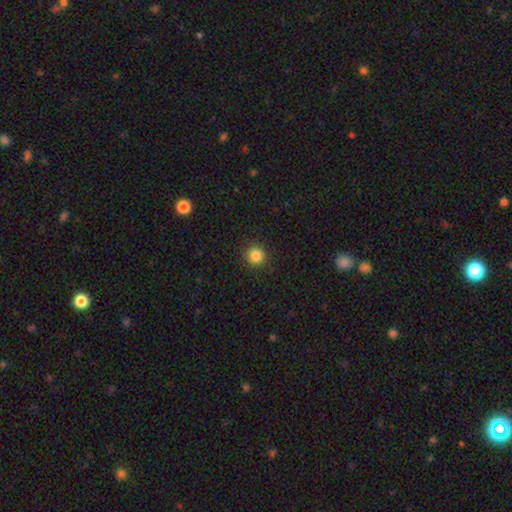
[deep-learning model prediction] This appears to be a smooth galaxy with no disk features (84%) that is round (90%). Merging: none (90%).